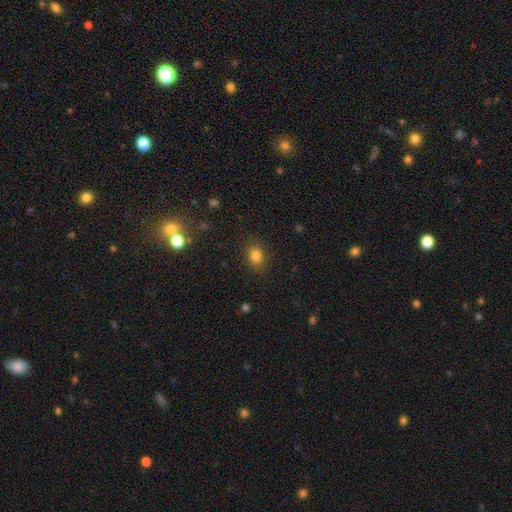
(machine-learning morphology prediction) Overall: smooth (82%). How rounded: in between (54%; round 45%). Merging: none (85%).